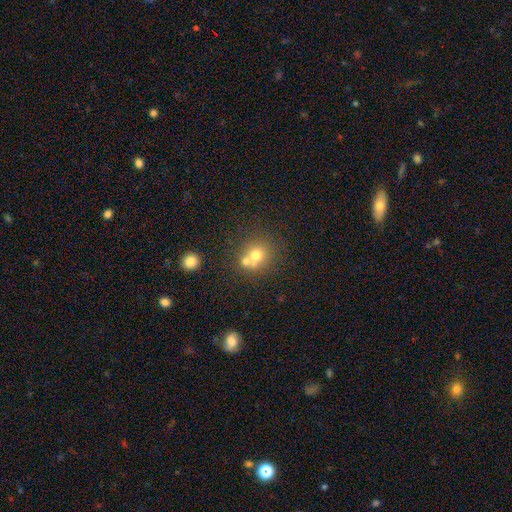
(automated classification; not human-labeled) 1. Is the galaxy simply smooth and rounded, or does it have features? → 68% smooth, 18% featured or disk, 14% star or artifact.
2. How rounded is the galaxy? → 85% round, 14% in between, 1% cigar-shaped.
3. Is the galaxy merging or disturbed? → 45% none, 44% merger, 7% minor disturbance, 3% major disturbance.